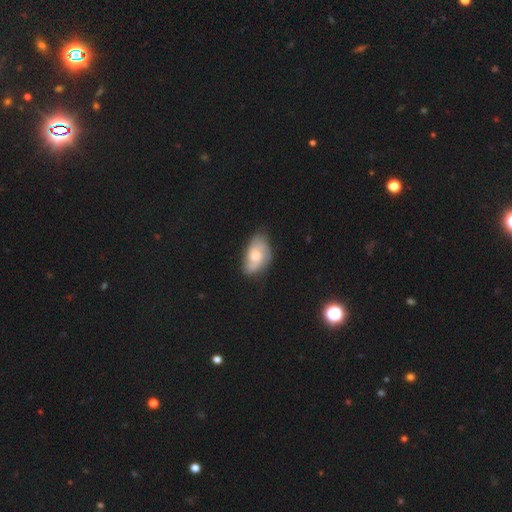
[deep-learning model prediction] This appears to be a featured or disk galaxy (56%) with no bar (73%), spiral arms (85%) and a moderate central bulge (59%). Merging: none (64%).